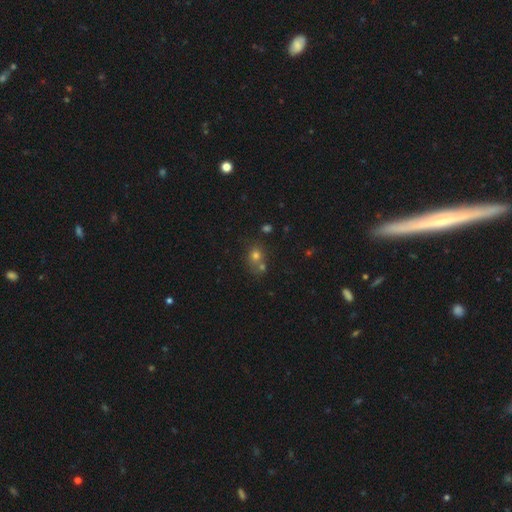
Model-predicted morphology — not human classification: smooth_or_featured: smooth (p=0.69) [alt: star or artifact p=0.19]
how_rounded: round (p=0.72) [alt: in between p=0.27]
merging: none (p=0.48) [alt: merger p=0.37]